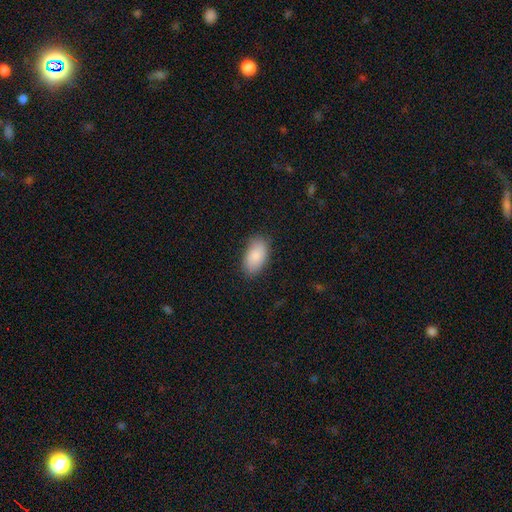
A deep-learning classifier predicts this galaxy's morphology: A smooth galaxy with no disk features (86%) that is in between round and cigar-shaped (94%).

Vote fractions:
- Smooth or featured? smooth: 86% / featured or disk: 8% / star or artifact: 6%
- How rounded? in between: 94% / round: 4% / cigar-shaped: 2%
- Merging? none: 81% / minor disturbance: 15% / major disturbance: 3% / merger: 1%